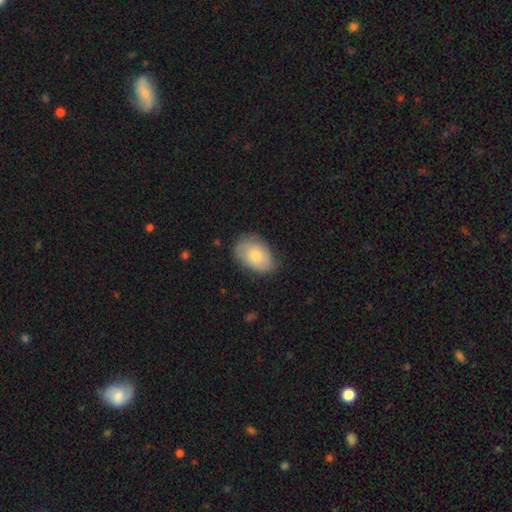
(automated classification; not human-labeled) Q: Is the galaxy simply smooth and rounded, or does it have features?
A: smooth — 68%.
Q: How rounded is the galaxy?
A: in between — 85%.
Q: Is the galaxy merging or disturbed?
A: none — 73%.